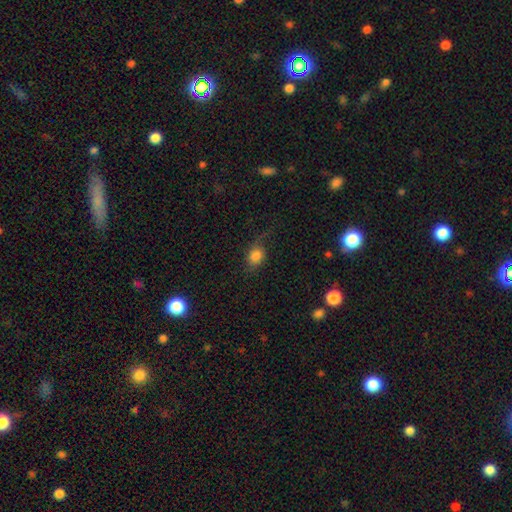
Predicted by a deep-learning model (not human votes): smooth-or-featured: smooth: 76% | featured or disk: 14% | star or artifact: 11%
  how-rounded: round: 49% (tied) | in between: 49% (tied) | cigar-shaped: 2%
  merging: none: 58% | minor disturbance: 23% | major disturbance: 18% | merger: 2%